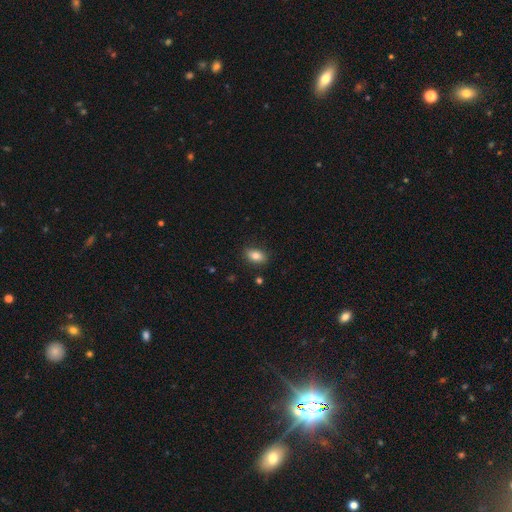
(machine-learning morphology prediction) smooth_or_featured: smooth (p=0.82) [alt: featured or disk p=0.10]
how_rounded: in between (p=0.86) [alt: round p=0.12]
merging: none (p=0.86) [alt: minor disturbance p=0.10]